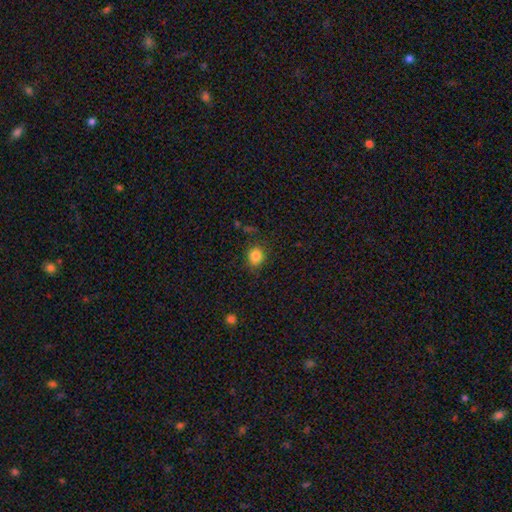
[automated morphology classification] smooth-or-featured: smooth: 82% | star or artifact: 12% | featured or disk: 6%
  how-rounded: round: 76% | in between: 23% | cigar-shaped: 1%
  merging: none: 80% | minor disturbance: 14% | major disturbance: 4% | merger: 2%